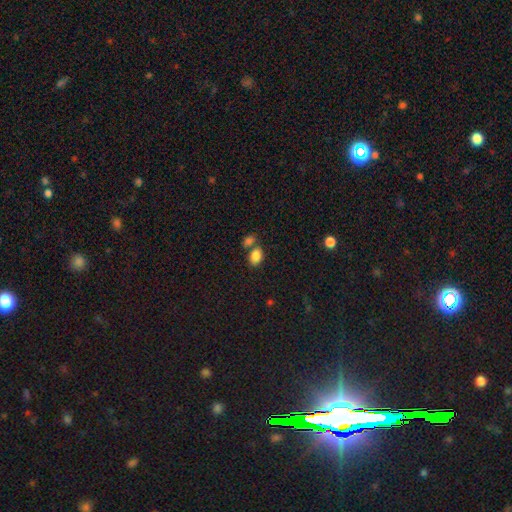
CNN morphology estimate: This is clearly a smooth galaxy (86%). How rounded: clearly in between (80%). Merging: possibly none (53%).